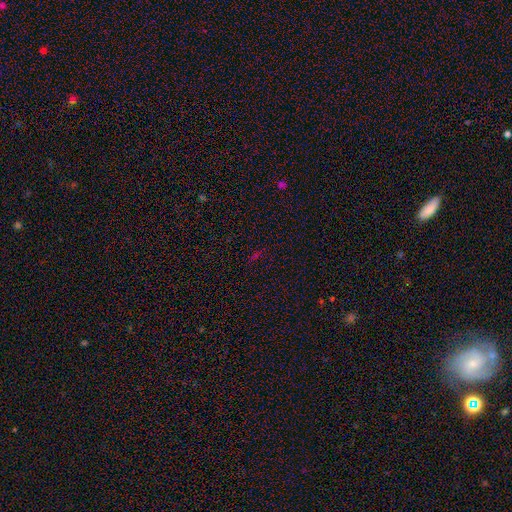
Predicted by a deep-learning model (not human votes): smooth_or_featured: star or artifact (p=0.65) [alt: smooth p=0.24]